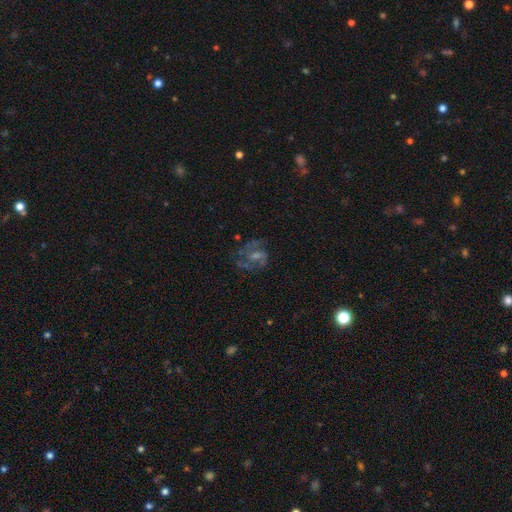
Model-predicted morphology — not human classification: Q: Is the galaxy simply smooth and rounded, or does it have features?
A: featured or disk — 66%.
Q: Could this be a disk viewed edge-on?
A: no — 97%.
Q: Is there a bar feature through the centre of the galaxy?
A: no — 46%.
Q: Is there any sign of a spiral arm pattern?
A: yes — 78%.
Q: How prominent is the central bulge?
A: small — 43%.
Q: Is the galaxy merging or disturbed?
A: none — 64%.